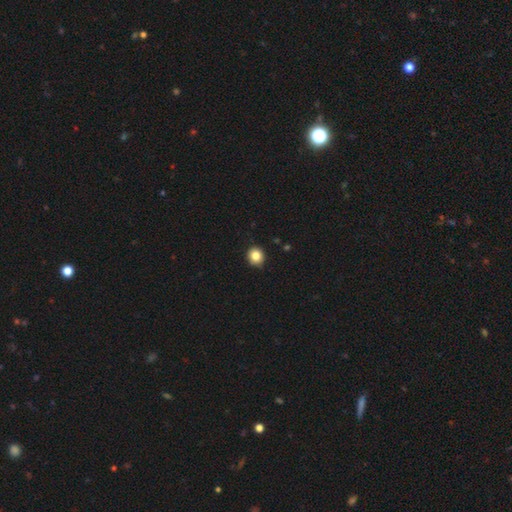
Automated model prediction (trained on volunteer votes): A smooth galaxy with no disk features (83%) that is round (91%). Merging: none (89%).